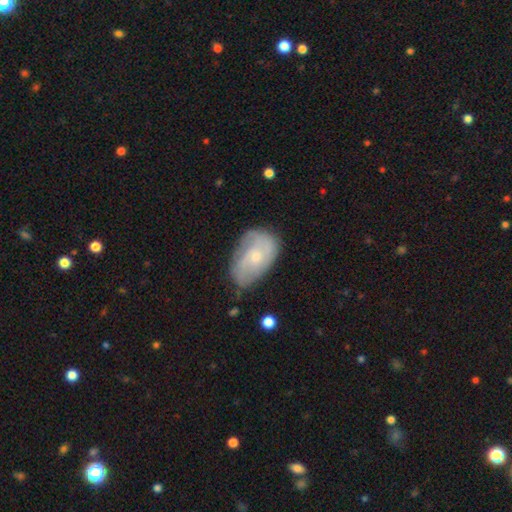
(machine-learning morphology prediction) A featured or disk galaxy (61%) with no bar (74%), spiral arms (81%) and a small central bulge (64%). Merging: none (59%).